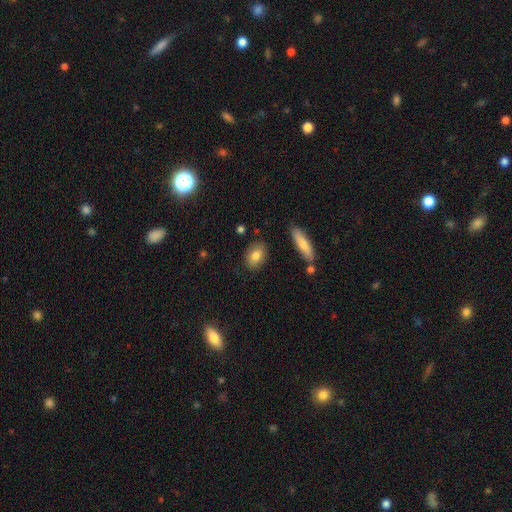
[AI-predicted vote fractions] This appears to be a smooth galaxy with no disk features (82%) that is in between round and cigar-shaped (79%). Merging: none (85%).